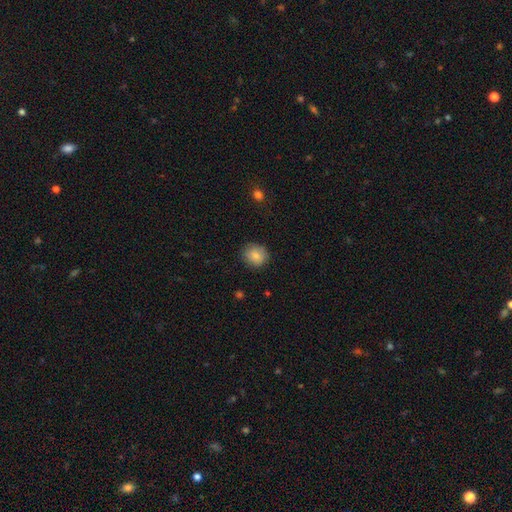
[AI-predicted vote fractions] Smooth or featured: smooth — 84% (star or artifact — 8%)
How rounded: round — 78% (in between — 21%)
Merging: none — 83% (minor disturbance — 13%)